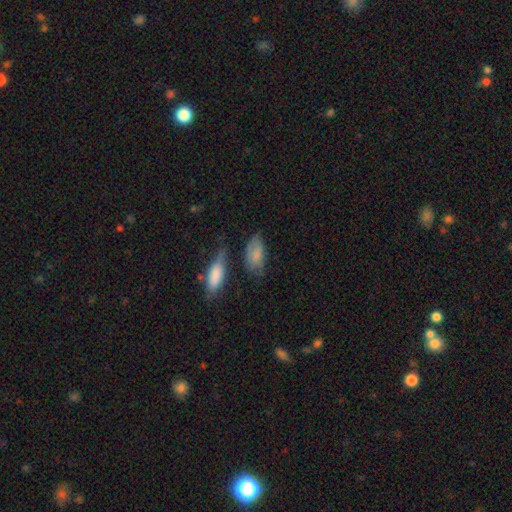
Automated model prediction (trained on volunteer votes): The model was most divided on "merging": none: 57%, minor disturbance: 27%, major disturbance: 9%, merger: 7%. More confident: how rounded — in between (89%); smooth or featured — smooth (77%).